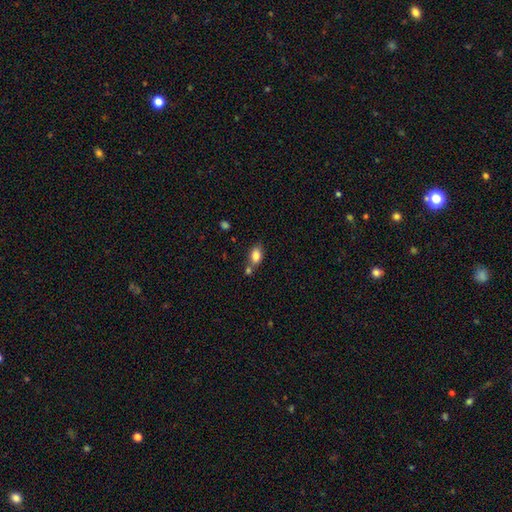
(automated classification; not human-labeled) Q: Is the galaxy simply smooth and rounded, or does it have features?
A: smooth — 82%.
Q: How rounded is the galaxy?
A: in between — 84%.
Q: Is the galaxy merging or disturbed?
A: none — 56%.